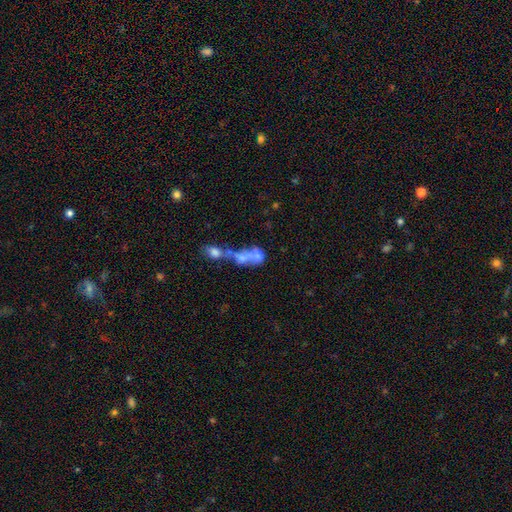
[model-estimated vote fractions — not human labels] Smooth or featured? smooth (50%)
Merging? merger (66%)